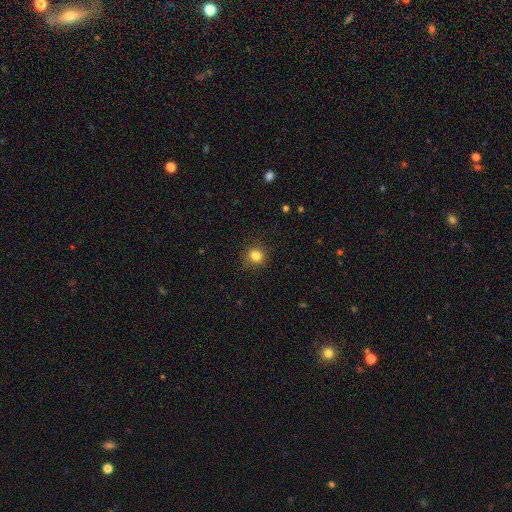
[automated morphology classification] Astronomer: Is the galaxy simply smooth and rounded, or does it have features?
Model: smooth — 82%.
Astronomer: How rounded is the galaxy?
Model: round — 85%.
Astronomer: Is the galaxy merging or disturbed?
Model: none — 86%.